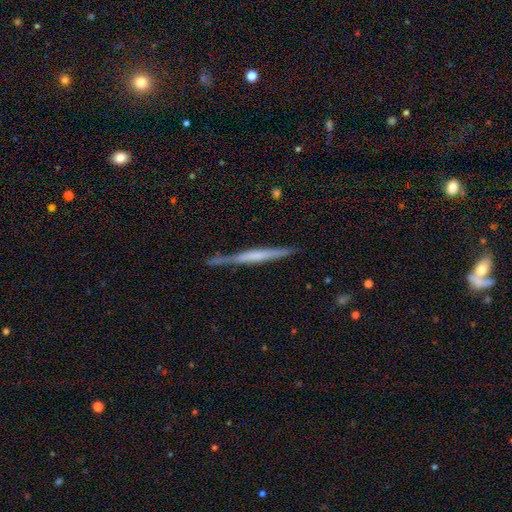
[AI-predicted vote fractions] smooth_or_featured: featured or disk (p=0.59) [alt: smooth p=0.35]
disk_edge_on: yes (p=0.96) [alt: no p=0.04]
edge_on_bulge: none (p=0.57) [alt: boxy p=0.24]
merging: none (p=0.79) [alt: minor disturbance p=0.15]